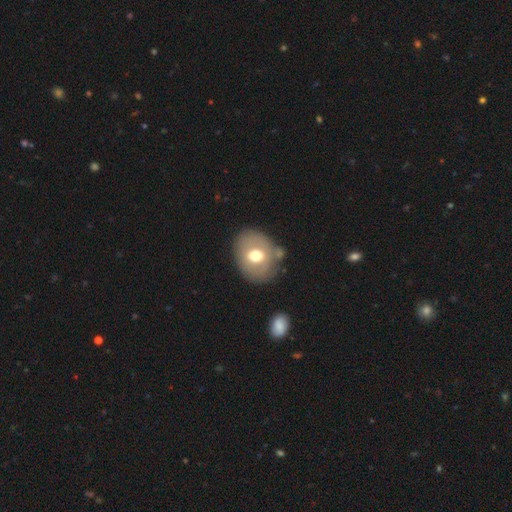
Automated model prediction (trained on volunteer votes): smooth-or-featured: smooth: 60% | featured or disk: 32% | star or artifact: 8%
  how-rounded: round: 50% | in between: 49% | cigar-shaped: 1%
  merging: none: 70% | minor disturbance: 17% | merger: 8% | major disturbance: 6%